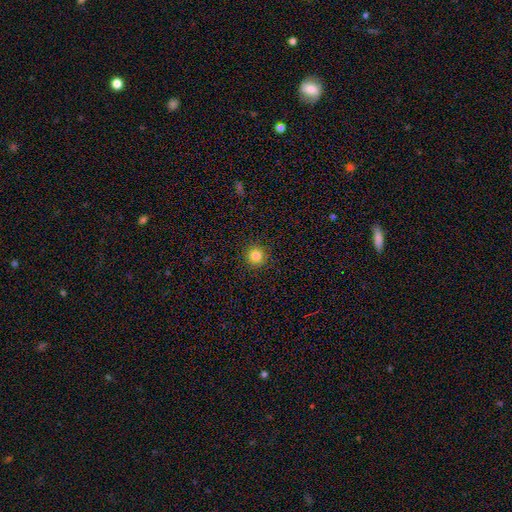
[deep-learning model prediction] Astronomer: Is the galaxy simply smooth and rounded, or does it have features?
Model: smooth — 83%.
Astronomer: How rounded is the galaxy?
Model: round — 96%.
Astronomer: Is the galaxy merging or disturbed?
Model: none — 92%.